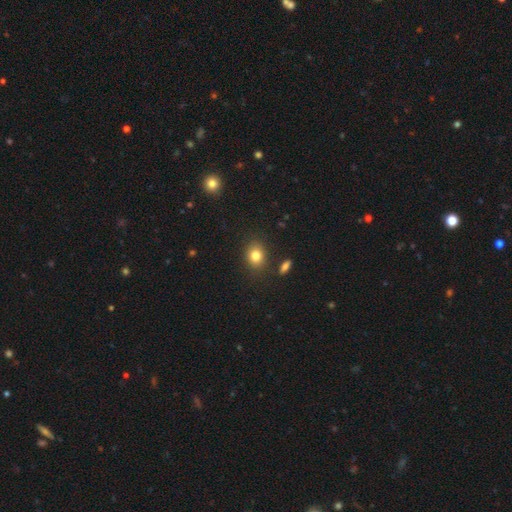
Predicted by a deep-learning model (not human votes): Overall: smooth (81%). How rounded: round (51%; in between 48%). Merging: none (83%).